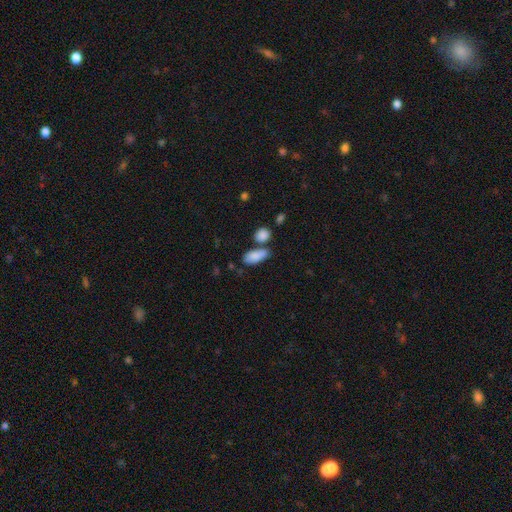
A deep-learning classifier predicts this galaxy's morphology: Smooth or featured? Predicted: smooth (p=0.86). How rounded? Predicted: in between (p=0.84). Merging? Predicted: none (p=0.55).